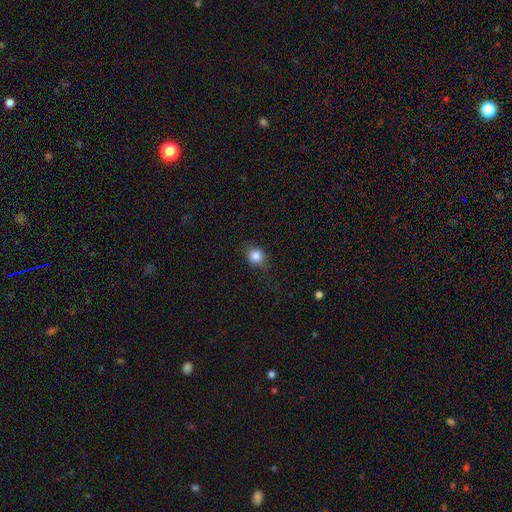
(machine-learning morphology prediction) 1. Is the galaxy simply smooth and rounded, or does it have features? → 82% smooth, 10% star or artifact, 7% featured or disk.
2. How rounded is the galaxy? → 70% round, 28% in between, 1% cigar-shaped.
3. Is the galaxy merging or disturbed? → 76% none, 17% minor disturbance, 5% major disturbance, 1% merger.